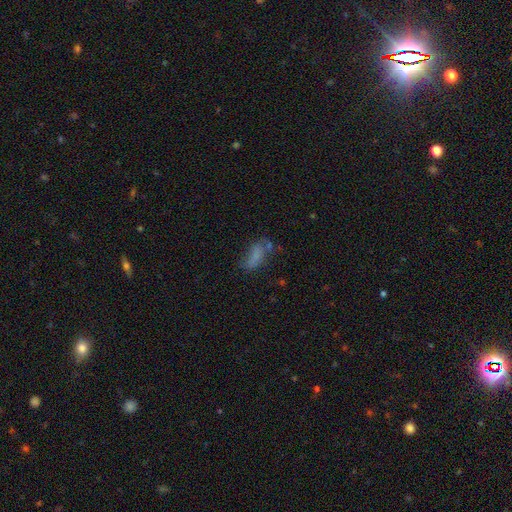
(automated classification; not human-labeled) Overall: smooth (65%). How rounded: in between (80%). Merging: none (41%; minor disturbance 26%).